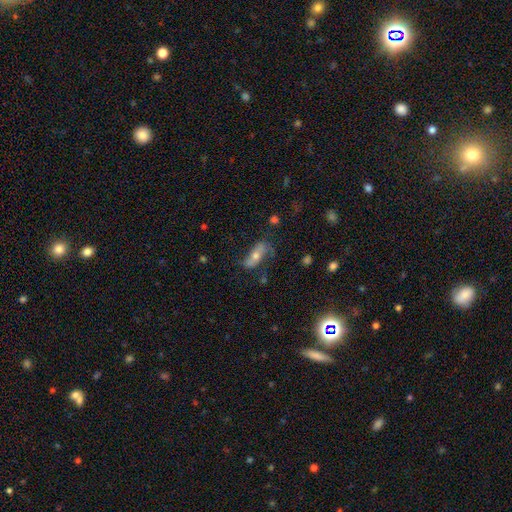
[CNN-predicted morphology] Overall: smooth (46%; featured or disk 45%). Merging: none (56%; minor disturbance 25%).